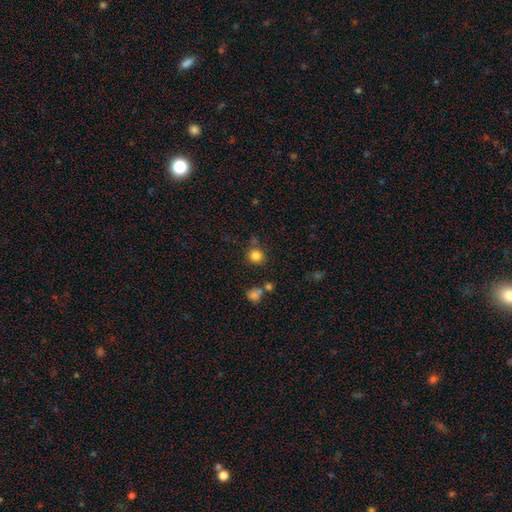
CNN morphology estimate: The model was most divided on "smooth or featured": smooth: 82%, star or artifact: 12%, featured or disk: 5%. More confident: how rounded — round (89%); merging — none (80%).